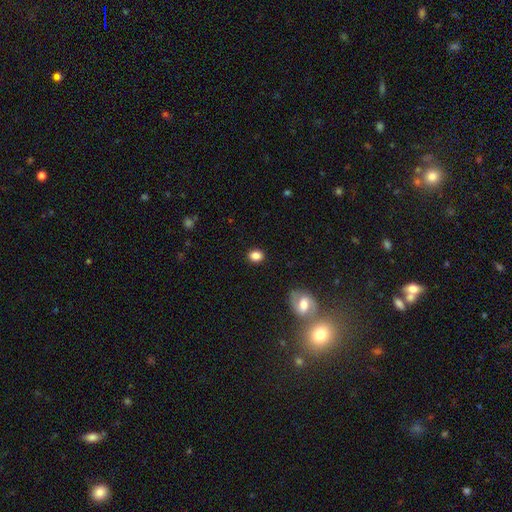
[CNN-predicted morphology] The model was most divided on "how rounded": in between: 53%, round: 46%, cigar-shaped: 1%. More confident: merging — none (87%); smooth or featured — smooth (85%).